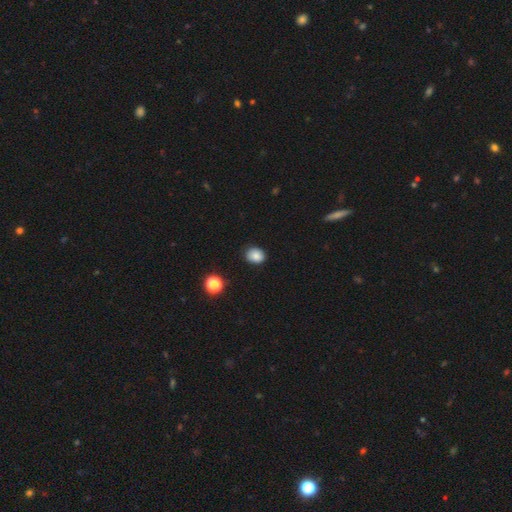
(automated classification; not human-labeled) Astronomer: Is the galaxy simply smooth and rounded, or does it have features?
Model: smooth — 85%.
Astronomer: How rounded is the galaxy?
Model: round — 52% (runner-up: in between, 47%).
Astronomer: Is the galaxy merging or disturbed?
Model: none — 86%.